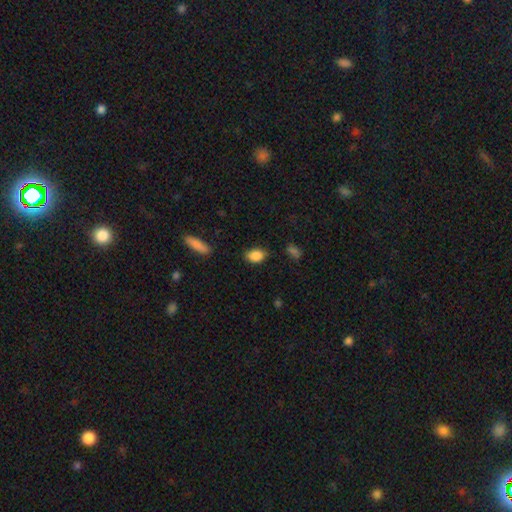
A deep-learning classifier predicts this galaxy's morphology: type=smooth (86%); roundness=in between (85%); merging=none (75%).